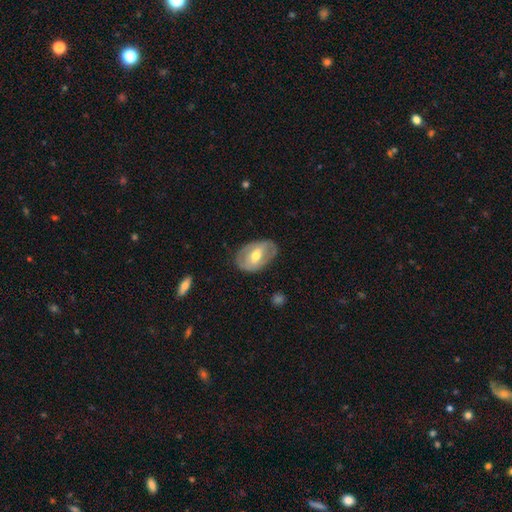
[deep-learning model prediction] Smooth or featured? Predicted: featured or disk (p=0.62). Edge-on disk? Predicted: no (p=0.92). Bar? Predicted: weak (p=0.40). Spiral arms? Predicted: no (p=0.54). Bulge size? Predicted: moderate (p=0.71). Merging? Predicted: none (p=0.77).